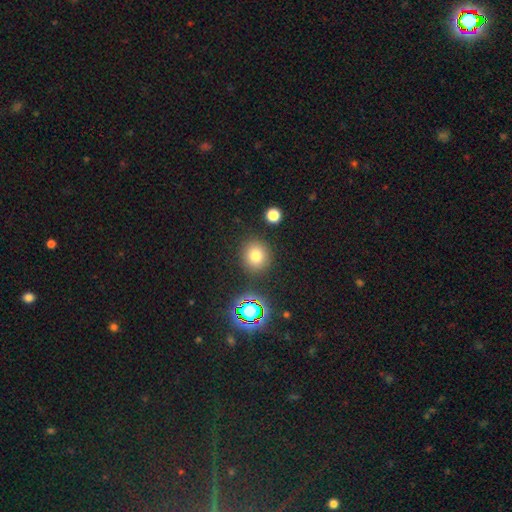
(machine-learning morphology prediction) type=smooth (75%); roundness=round (87%); merging=none (86%).